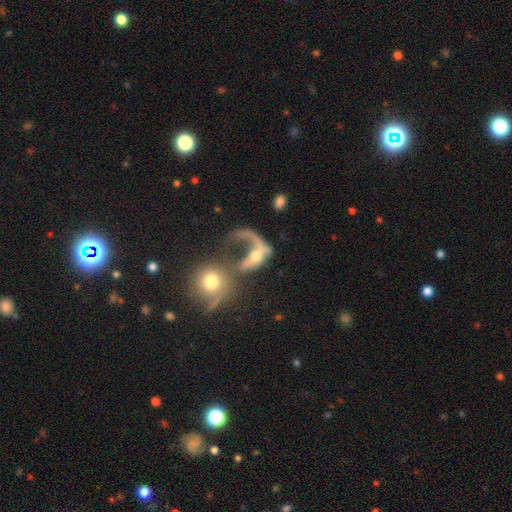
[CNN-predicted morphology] Smooth or featured? Predicted: featured or disk (p=0.58). Edge-on disk? Predicted: no (p=0.92). Bar? Predicted: no (p=0.73). Spiral arms? Predicted: yes (p=0.55). Bulge size? Predicted: moderate (p=0.53). Merging? Predicted: merger (p=0.43).